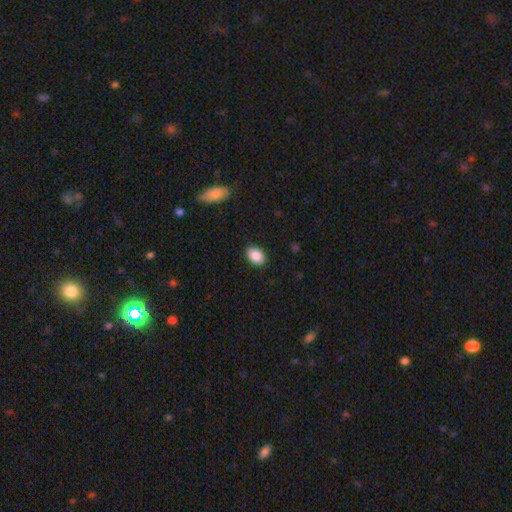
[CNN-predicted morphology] Smooth or featured: smooth — 88% (star or artifact — 7%)
How rounded: in between — 82% (round — 17%)
Merging: none — 87% (minor disturbance — 10%)